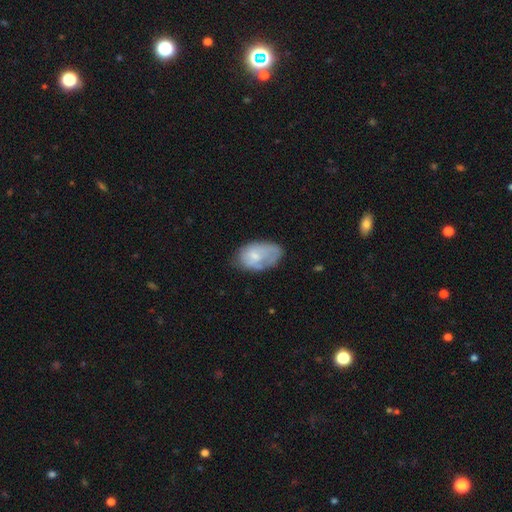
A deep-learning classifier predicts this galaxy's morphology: Smooth or featured?
  - smooth: 59% *
  - featured or disk: 34%
  - star or artifact: 7%
How rounded?
  - in between: 89% *
  - round: 10%
  - cigar-shaped: 1%
Merging?
  - none: 47% *
  - minor disturbance: 34%
  - major disturbance: 16%
  - merger: 3%